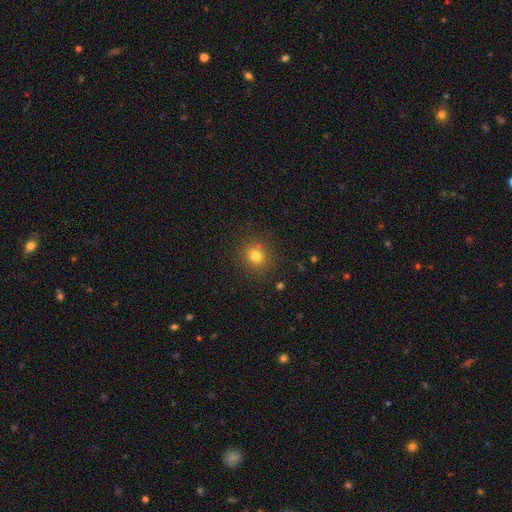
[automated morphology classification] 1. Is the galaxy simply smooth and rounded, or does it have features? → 78% smooth, 15% star or artifact, 7% featured or disk.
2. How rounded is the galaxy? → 80% round, 19% in between, 1% cigar-shaped.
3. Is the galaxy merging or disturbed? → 86% none, 9% minor disturbance, 3% major disturbance, 3% merger.